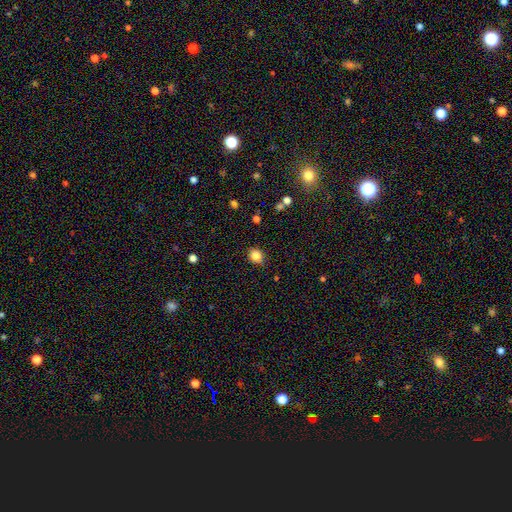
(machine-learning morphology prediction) Smooth or featured? smooth (84%)
How rounded? round (69%)
Merging? none (83%)